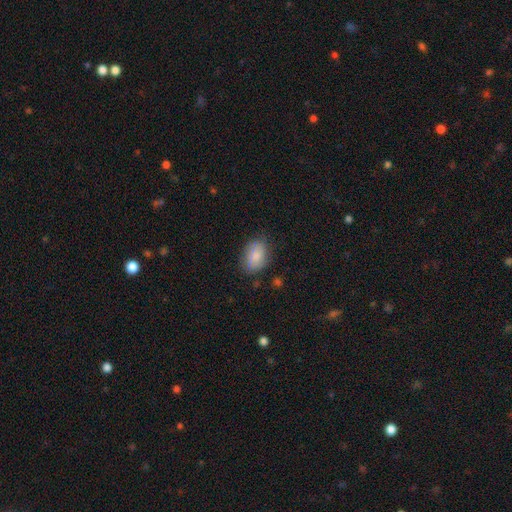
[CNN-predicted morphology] Smooth or featured? smooth (81%)
How rounded? in between (83%)
Merging? none (72%)